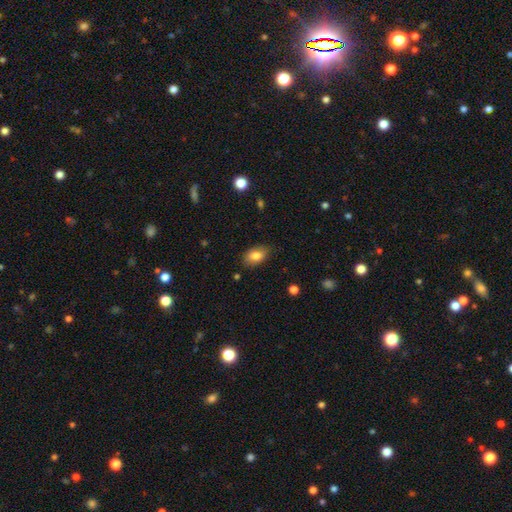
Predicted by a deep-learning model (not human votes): This appears to be a smooth galaxy with no disk features (82%) that is in between round and cigar-shaped (89%). Merging: none (80%).